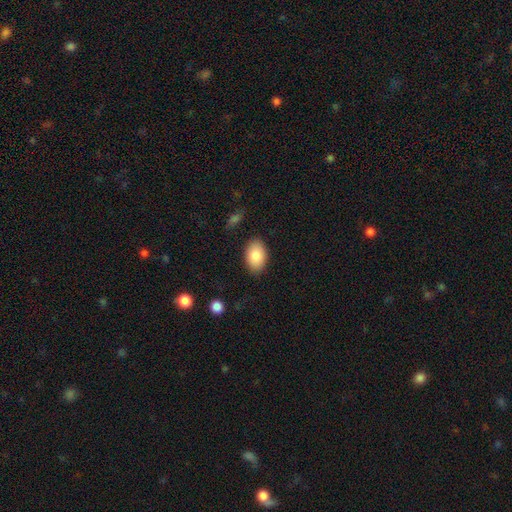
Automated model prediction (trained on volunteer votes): Overall: smooth (86%). How rounded: in between (90%). Merging: none (86%).